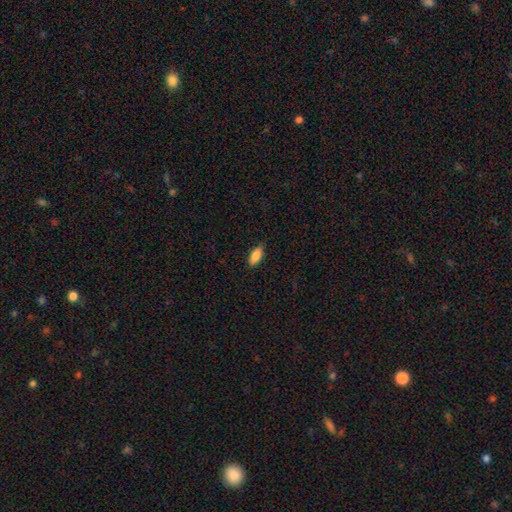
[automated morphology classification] A smooth galaxy with no disk features (84%) that is in between round and cigar-shaped (84%).

Vote fractions:
- Smooth or featured? smooth: 84% / featured or disk: 9% / star or artifact: 7%
- How rounded? in between: 84% / cigar-shaped: 14% / round: 3%
- Merging? none: 79% / minor disturbance: 18% / major disturbance: 3% / merger: 1%